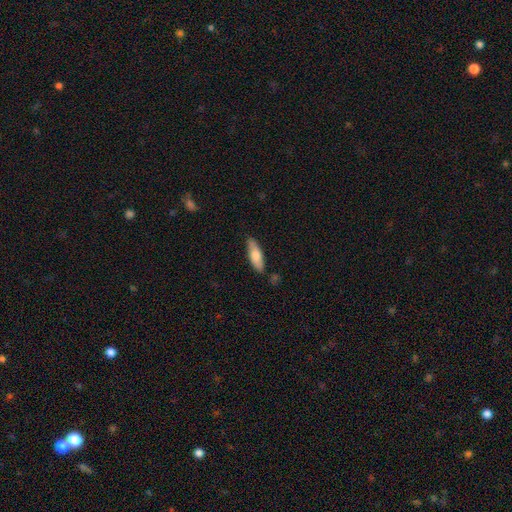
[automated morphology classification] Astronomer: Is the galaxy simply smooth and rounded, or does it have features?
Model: smooth — 73%.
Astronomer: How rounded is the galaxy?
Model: in between — 50% (runner-up: cigar-shaped, 48%).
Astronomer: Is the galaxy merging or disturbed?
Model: none — 80%.